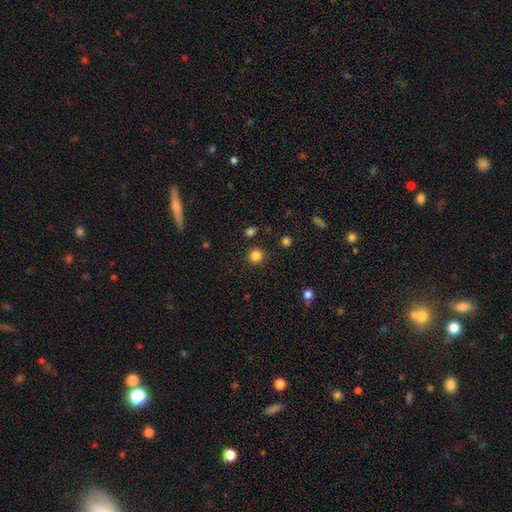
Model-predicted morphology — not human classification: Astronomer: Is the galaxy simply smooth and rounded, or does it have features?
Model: smooth — 84%.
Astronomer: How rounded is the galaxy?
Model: round — 95%.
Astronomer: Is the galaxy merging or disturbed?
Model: none — 90%.